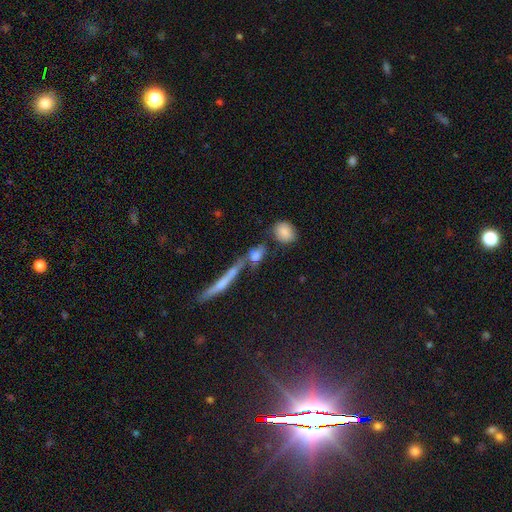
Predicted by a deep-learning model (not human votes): A smooth galaxy with no disk features (72%) that is in between round and cigar-shaped (48%). Merging: none (49%).